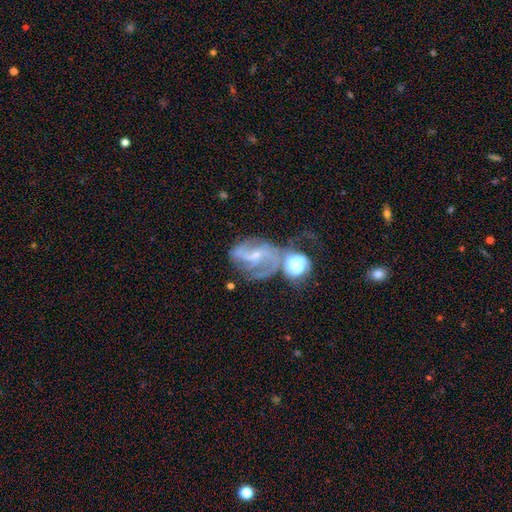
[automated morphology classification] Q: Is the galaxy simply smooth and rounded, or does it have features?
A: featured or disk — 85%.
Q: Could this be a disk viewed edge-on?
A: no — 97%.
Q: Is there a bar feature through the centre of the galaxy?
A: weak — 44%.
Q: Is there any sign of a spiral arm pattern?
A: yes — 96%.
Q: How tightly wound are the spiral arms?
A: medium — 51%.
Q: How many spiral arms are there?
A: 2 — 51%.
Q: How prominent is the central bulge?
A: small — 68%.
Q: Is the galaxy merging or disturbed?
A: none — 35%.